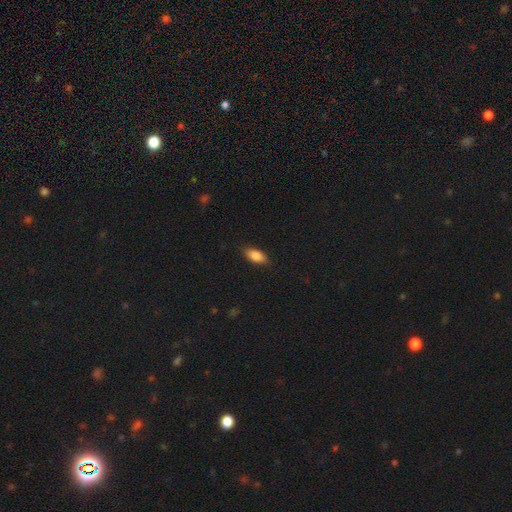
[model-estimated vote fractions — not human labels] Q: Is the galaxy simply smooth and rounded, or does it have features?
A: smooth — 83%.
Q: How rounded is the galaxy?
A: in between — 87%.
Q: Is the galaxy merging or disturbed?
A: none — 85%.